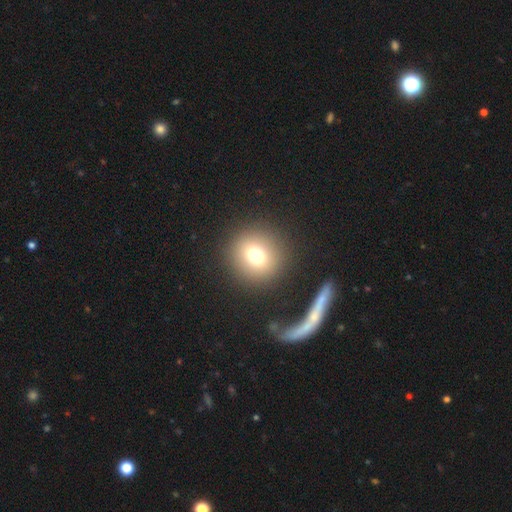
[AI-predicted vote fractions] Smooth or featured? Predicted: smooth (p=0.72). How rounded? Predicted: round (p=0.88). Merging? Predicted: none (p=0.87).